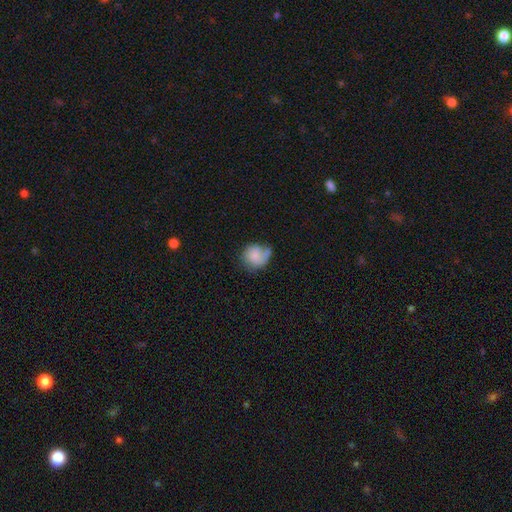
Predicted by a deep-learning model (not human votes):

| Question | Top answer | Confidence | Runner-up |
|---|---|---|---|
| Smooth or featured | smooth | 58% | featured or disk (34%) |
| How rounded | round | 73% | in between (26%) |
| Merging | none | 43% | minor disturbance (30%) |